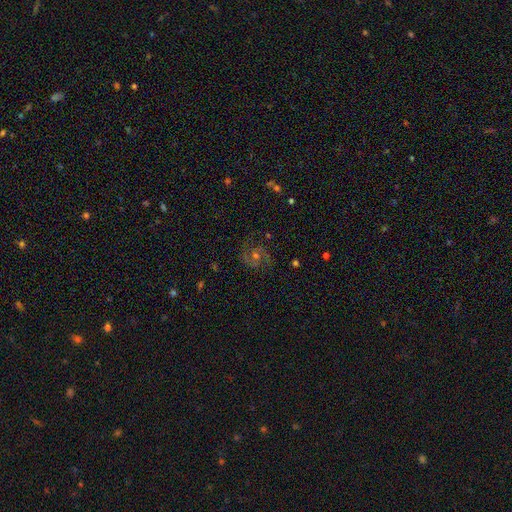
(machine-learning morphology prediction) Smooth or featured?
  - featured or disk: 76% *
  - star or artifact: 15%
  - smooth: 9%
Edge-on disk?
  - no: 98% *
  - yes: 2%
Bar?
  - no: 61% *
  - weak: 32%
  - strong: 7%
Spiral arms?
  - yes: 96% *
  - no: 4%
Spiral winding?
  - medium: 56% *
  - tight: 30%
  - loose: 15%
Spiral arm count?
  - 2: 82% *
  - can't tell: 7%
  - 3: 5%
  - 1: 3%
  - 4: 2%
  - more than 4: 2%
Bulge size?
  - moderate: 46% * (tied)
  - small: 46% * (tied)
  - none: 3%
  - large: 3%
  - dominant: 1%
Merging?
  - none: 79% *
  - minor disturbance: 13%
  - major disturbance: 7%
  - merger: 1%